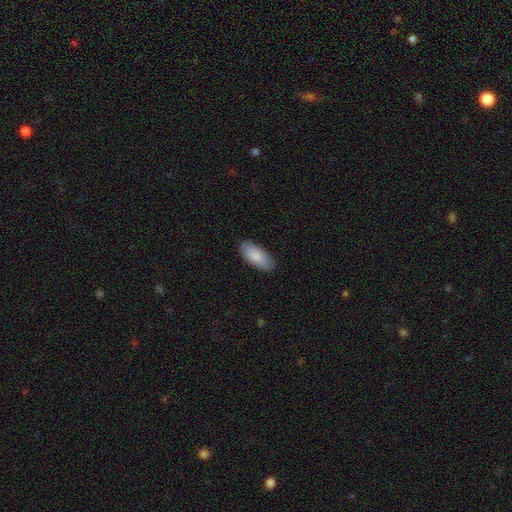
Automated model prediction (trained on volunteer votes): smooth 88%, featured or disk 7%, star or artifact 5%. Down the decision tree: how rounded — in between (89%); merging — none (88%).